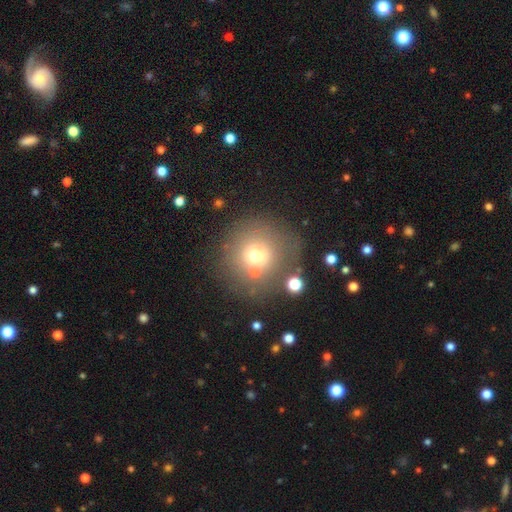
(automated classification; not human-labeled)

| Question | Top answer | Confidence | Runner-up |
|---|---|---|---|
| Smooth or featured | smooth | 68% | star or artifact (16%) |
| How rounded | round | 94% | in between (5%) |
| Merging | none | 75% | minor disturbance (12%) |